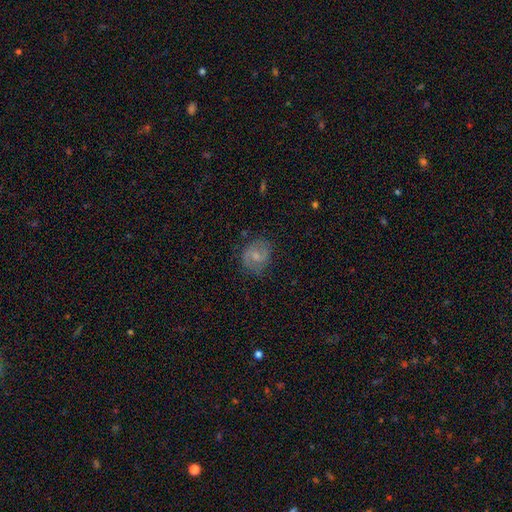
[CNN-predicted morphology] A featured or disk galaxy (55%) with no bar (48%), spiral arms (82%) and a moderate central bulge (49%).

Vote fractions:
- Smooth or featured? featured or disk: 55% / smooth: 36% / star or artifact: 8%
- Edge-on disk? no: 97% / yes: 3%
- Bar? no: 48% / weak: 44% / strong: 9%
- Spiral arms? yes: 82% / no: 18%
- Bulge size? moderate: 49% / small: 40% / none: 6% / large: 3% / dominant: 1%
- Merging? none: 73% / minor disturbance: 19% / major disturbance: 7% / merger: 1%